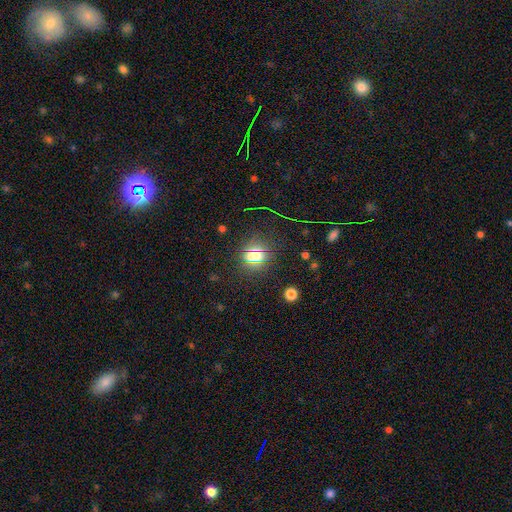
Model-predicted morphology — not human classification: Q: Smooth or featured?
A: star or artifact (50%); runner-up: smooth (40%)